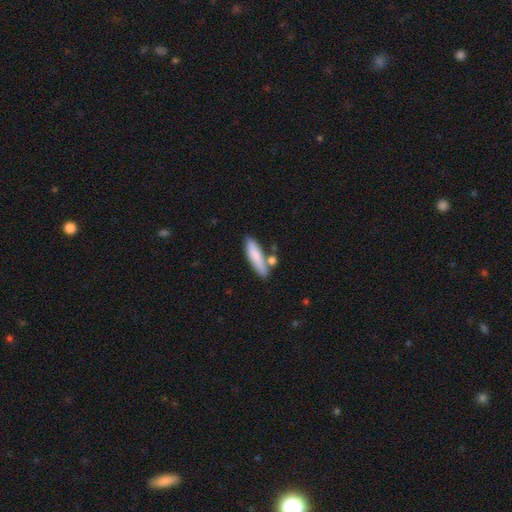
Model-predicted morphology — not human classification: type=smooth (81%); roundness=cigar-shaped (67%); merging=none (69%).